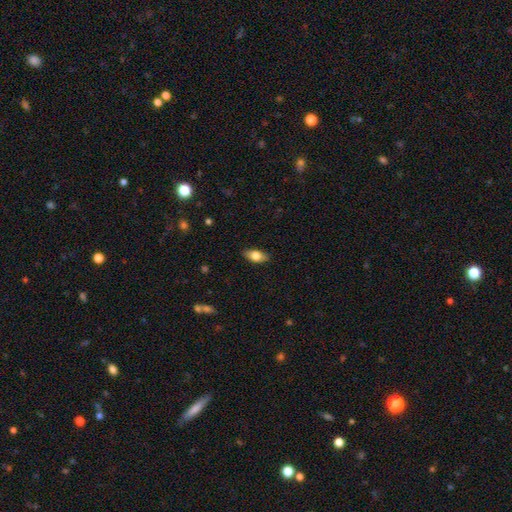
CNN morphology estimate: Smooth or featured? Predicted: smooth (p=0.72). How rounded? Predicted: in between (p=0.86). Merging? Predicted: none (p=0.87).